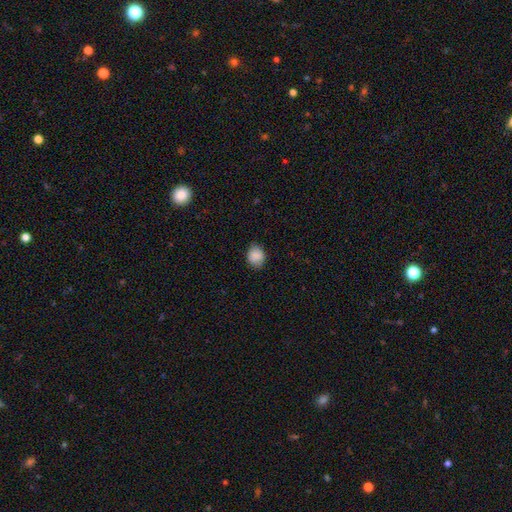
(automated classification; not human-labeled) Morphology: type=smooth (87%); roundness=round (55%); merging=none (82%).